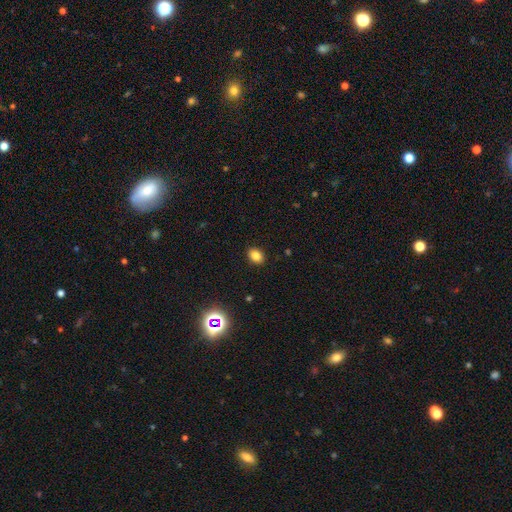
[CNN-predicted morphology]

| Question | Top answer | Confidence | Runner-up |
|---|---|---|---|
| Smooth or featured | smooth | 82% | star or artifact (12%) |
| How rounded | in between | 72% | round (27%) |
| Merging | none | 89% | minor disturbance (7%) |